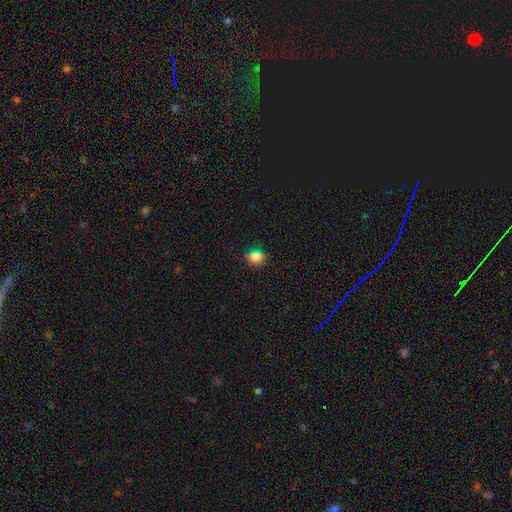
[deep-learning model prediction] Smooth or featured? smooth (73%)
How rounded? round (66%)
Merging? none (85%)